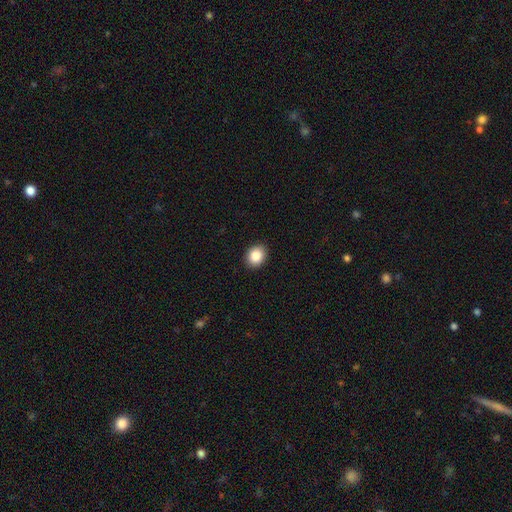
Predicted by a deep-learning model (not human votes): Overall: smooth (87%). How rounded: in between (50%; round 49%). Merging: none (91%).